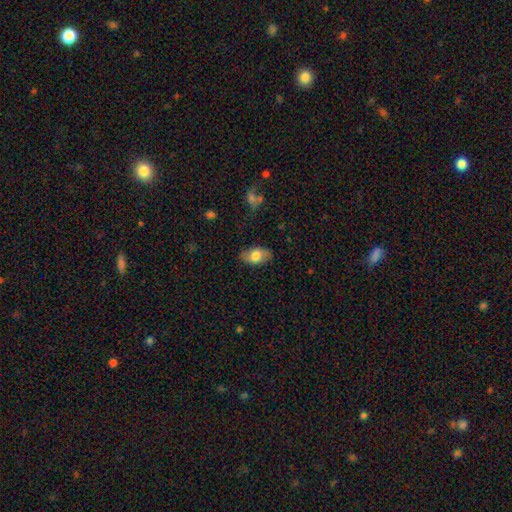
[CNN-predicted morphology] Overall: smooth (75%). How rounded: in between (92%). Merging: none (83%).